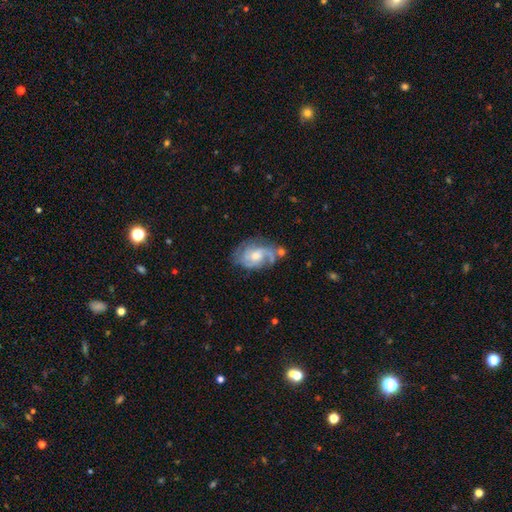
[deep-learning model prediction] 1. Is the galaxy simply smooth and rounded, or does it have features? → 81% featured or disk, 13% smooth, 6% star or artifact.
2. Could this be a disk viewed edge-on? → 97% no, 3% yes.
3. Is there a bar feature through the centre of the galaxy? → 63% no, 32% weak, 5% strong.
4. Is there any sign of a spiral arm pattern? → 93% yes, 7% no.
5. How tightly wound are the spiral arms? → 45% medium, 37% tight, 19% loose.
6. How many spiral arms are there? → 44% 2, 21% can't tell, 20% 3, 8% 1, 4% 4, 3% more than 4.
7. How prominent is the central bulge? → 61% moderate, 28% small, 7% large, 3% none, 1% dominant.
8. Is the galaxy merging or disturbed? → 56% none, 23% minor disturbance, 13% major disturbance, 8% merger.